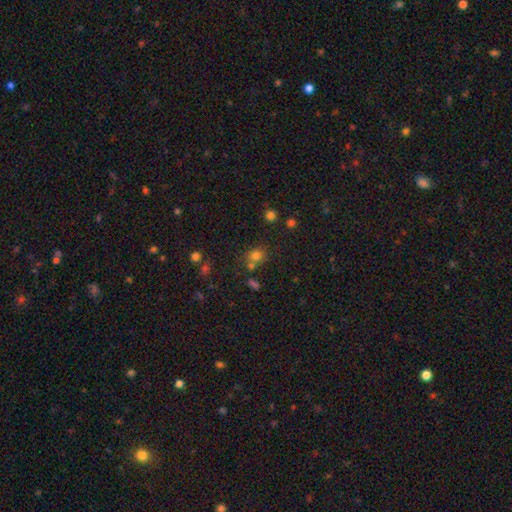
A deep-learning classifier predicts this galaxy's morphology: smooth_or_featured: smooth (p=0.73) [alt: star or artifact p=0.18]
how_rounded: round (p=0.75) [alt: in between p=0.24]
merging: none (p=0.60) [alt: merger p=0.24]